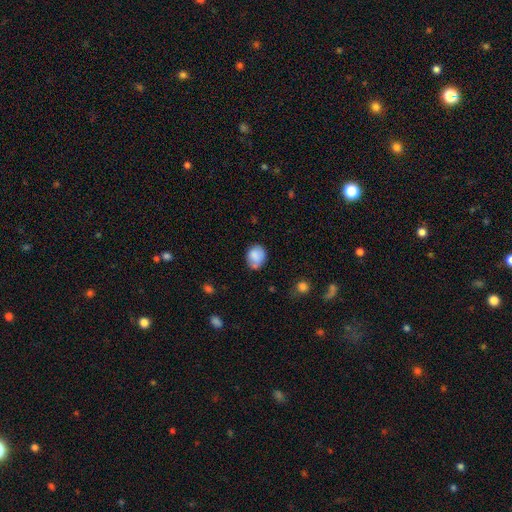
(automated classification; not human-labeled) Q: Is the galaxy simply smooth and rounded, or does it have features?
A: smooth — 81%.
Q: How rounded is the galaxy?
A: round — 51%.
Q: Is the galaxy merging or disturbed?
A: none — 59%.